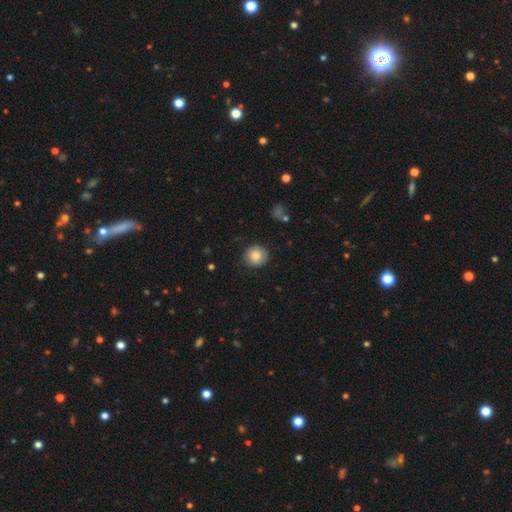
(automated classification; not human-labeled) Smooth or featured: smooth — 84% (star or artifact — 9%)
How rounded: round — 91% (in between — 8%)
Merging: none — 85% (minor disturbance — 11%)